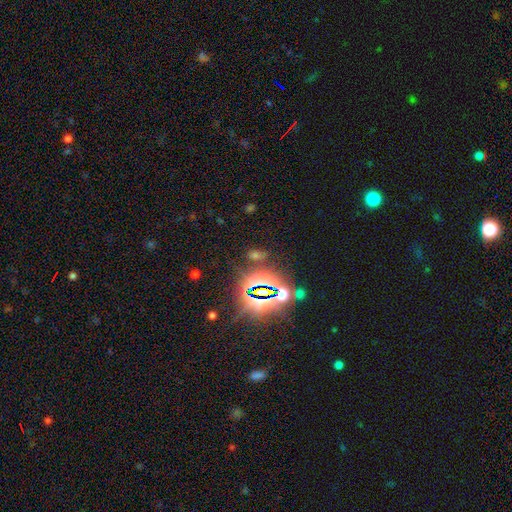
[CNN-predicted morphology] Q: Smooth or featured?
A: star or artifact (64%); runner-up: smooth (28%)